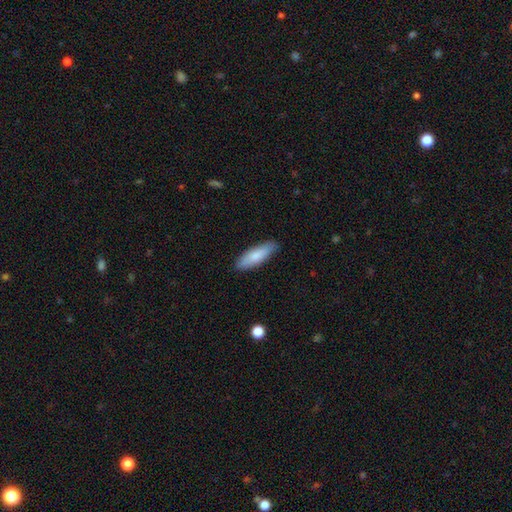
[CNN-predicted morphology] Smooth or featured?
  - smooth: 80% *
  - featured or disk: 14%
  - star or artifact: 6%
How rounded?
  - cigar-shaped: 50% *
  - in between: 48%
  - round: 2%
Merging?
  - none: 87% *
  - minor disturbance: 10%
  - major disturbance: 2%
  - merger: 1%